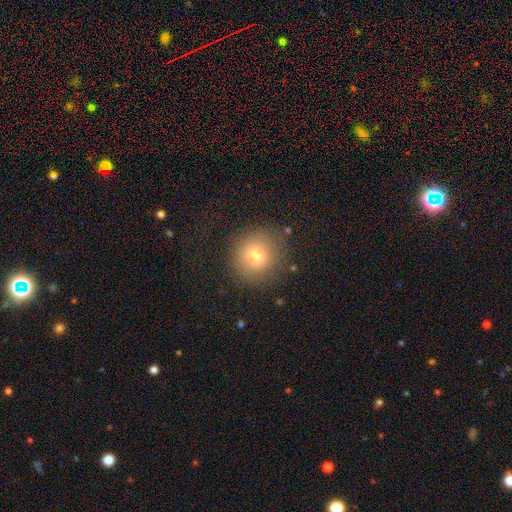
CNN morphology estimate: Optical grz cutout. It shows a smooth galaxy with no disk features (75%) that is round (89%). Merging: none (82%).